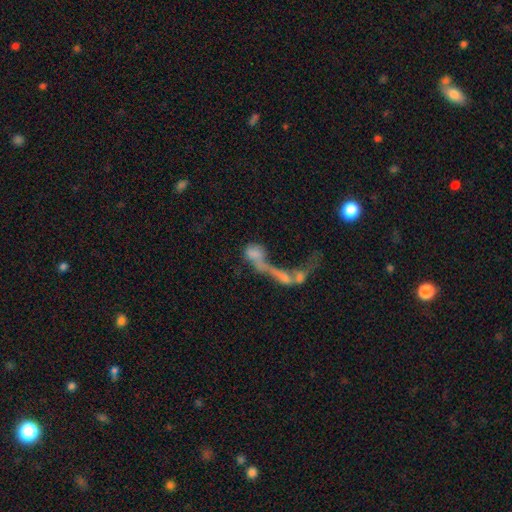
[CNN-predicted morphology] Smooth or featured?
  - smooth: 50% *
  - featured or disk: 36%
  - star or artifact: 14%
How rounded?
  - in between: 62% *
  - cigar-shaped: 22%
  - round: 16%
Merging?
  - merger: 72% *
  - major disturbance: 15%
  - none: 8%
  - minor disturbance: 5%